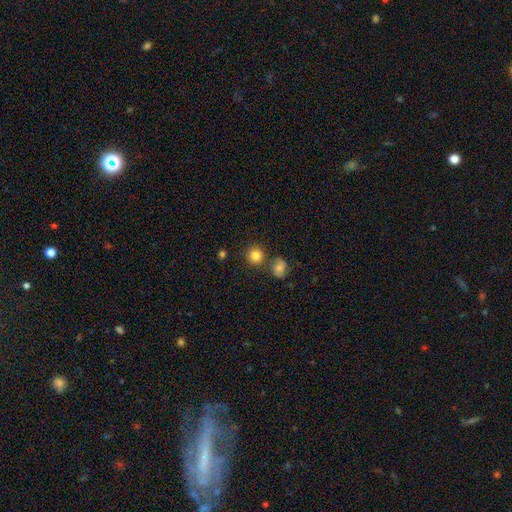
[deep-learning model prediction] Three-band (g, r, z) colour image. It shows a smooth galaxy with no disk features (82%) that is round (91%). Merging: none (74%).